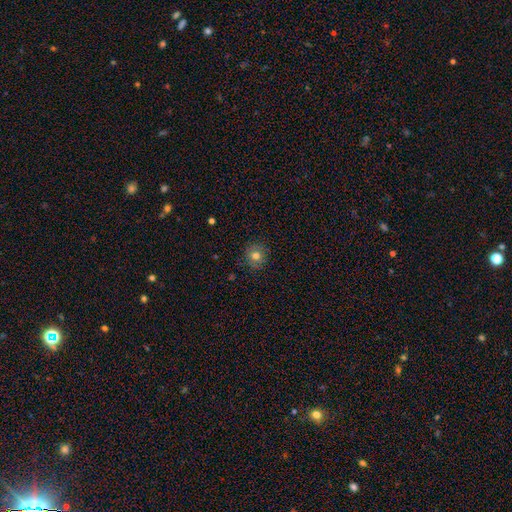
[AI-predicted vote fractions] The model was most divided on "smooth or featured": smooth: 76%, featured or disk: 12%, star or artifact: 12%. More confident: how rounded — round (89%); merging — none (86%).